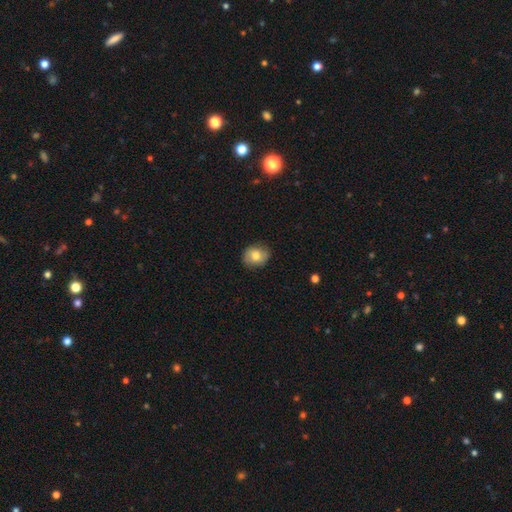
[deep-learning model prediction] smooth 73%, featured or disk 18%, star or artifact 9%. Down the decision tree: how rounded — round (64%); merging — none (83%).